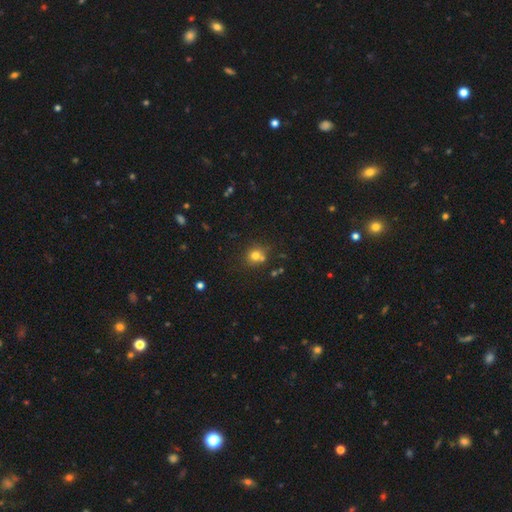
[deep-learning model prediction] The model was most divided on "merging": none: 65%, merger: 20%, minor disturbance: 11%, major disturbance: 4%. More confident: how rounded — round (85%); smooth or featured — smooth (74%).